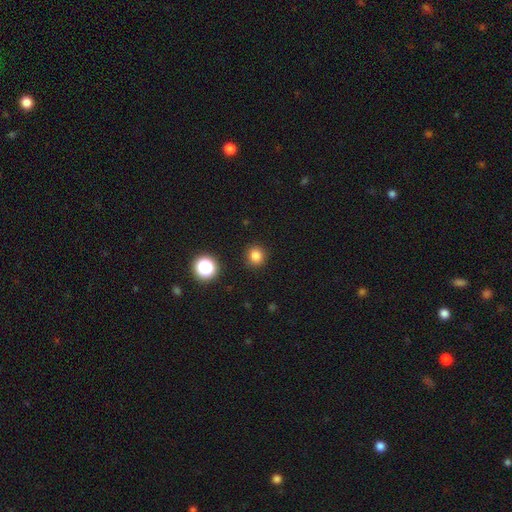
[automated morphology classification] Smooth or featured? smooth (81%)
How rounded? round (87%)
Merging? none (88%)